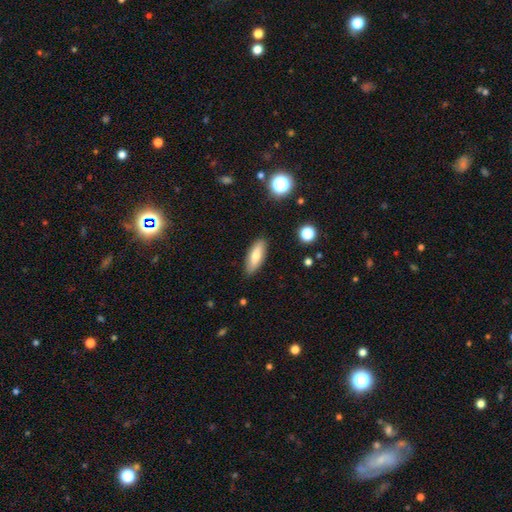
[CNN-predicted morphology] The model was most divided on "how rounded": in between: 66%, cigar-shaped: 31%, round: 2%. More confident: merging — none (87%); smooth or featured — smooth (74%).